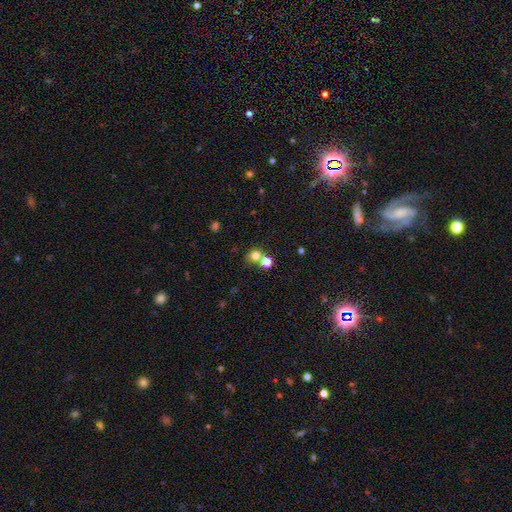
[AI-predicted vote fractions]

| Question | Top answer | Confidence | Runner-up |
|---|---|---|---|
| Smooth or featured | smooth | 73% | star or artifact (17%) |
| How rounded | round | 75% | in between (24%) |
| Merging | none | 53% | merger (32%) |